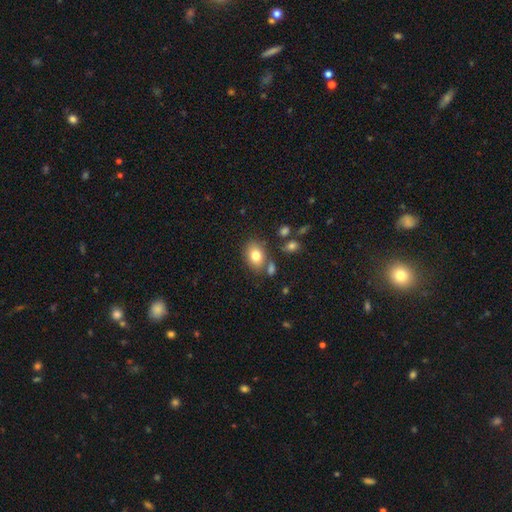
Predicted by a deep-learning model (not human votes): Smooth or featured?
  - smooth: 80% *
  - featured or disk: 11%
  - star or artifact: 9%
How rounded?
  - in between: 71% *
  - round: 28%
  - cigar-shaped: 1%
Merging?
  - none: 72% *
  - minor disturbance: 13%
  - merger: 10%
  - major disturbance: 4%